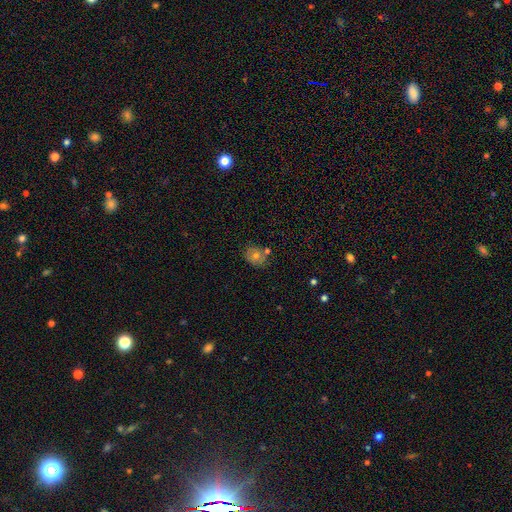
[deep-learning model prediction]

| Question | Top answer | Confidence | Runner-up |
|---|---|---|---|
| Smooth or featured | smooth | 57% | featured or disk (29%) |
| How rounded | round | 65% | in between (34%) |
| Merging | none | 68% | minor disturbance (17%) |